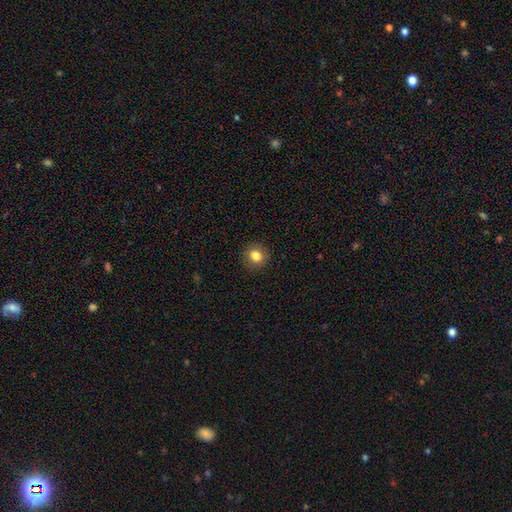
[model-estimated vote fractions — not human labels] Smooth or featured? smooth (82%)
How rounded? round (81%)
Merging? none (90%)